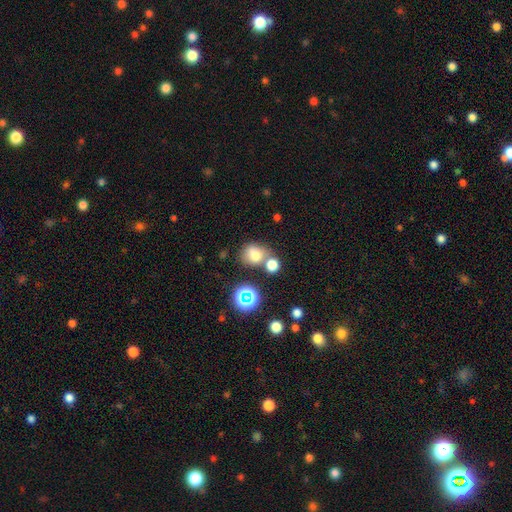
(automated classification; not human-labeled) The model was most divided on "merging": none: 53%, merger: 27%, minor disturbance: 14%, major disturbance: 6%. More confident: smooth or featured — smooth (70%); how rounded — round (63%).